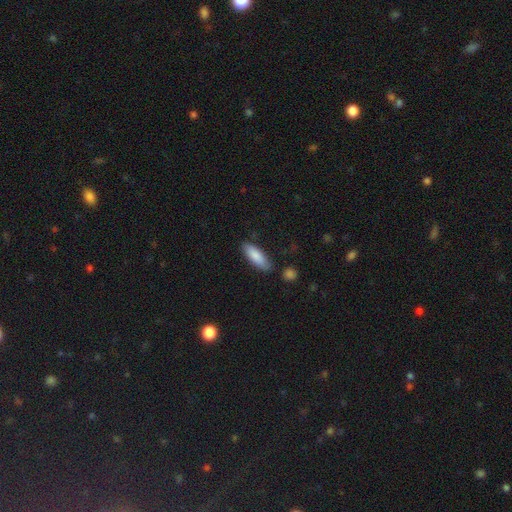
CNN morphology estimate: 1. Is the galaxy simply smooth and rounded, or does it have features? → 85% smooth, 9% featured or disk, 6% star or artifact.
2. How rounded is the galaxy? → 60% in between, 38% cigar-shaped, 2% round.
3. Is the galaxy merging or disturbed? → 80% none, 14% minor disturbance, 3% merger, 3% major disturbance.